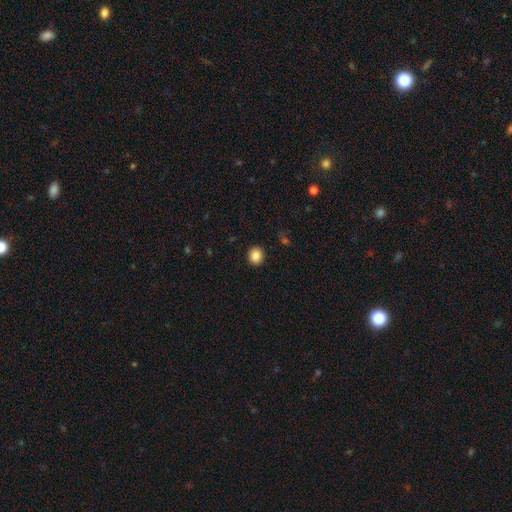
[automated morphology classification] smooth_or_featured: smooth (p=0.86) [alt: star or artifact p=0.10]
how_rounded: round (p=0.82) [alt: in between p=0.18]
merging: none (p=0.91) [alt: minor disturbance p=0.06]